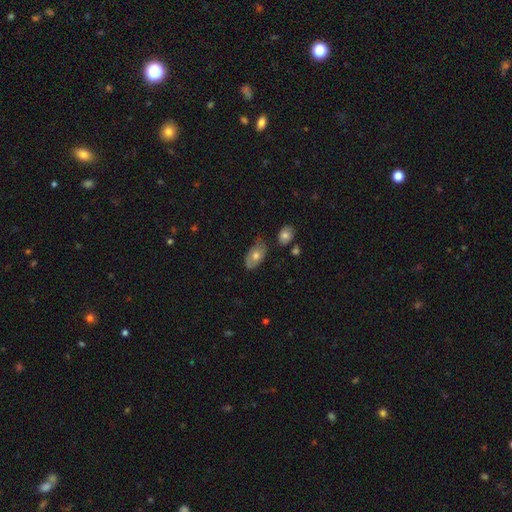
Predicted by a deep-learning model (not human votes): Smooth or featured?
  - smooth: 62% *
  - featured or disk: 30%
  - star or artifact: 8%
How rounded?
  - in between: 90% *
  - round: 7%
  - cigar-shaped: 2%
Merging?
  - none: 54% *
  - minor disturbance: 33%
  - major disturbance: 8%
  - merger: 5%